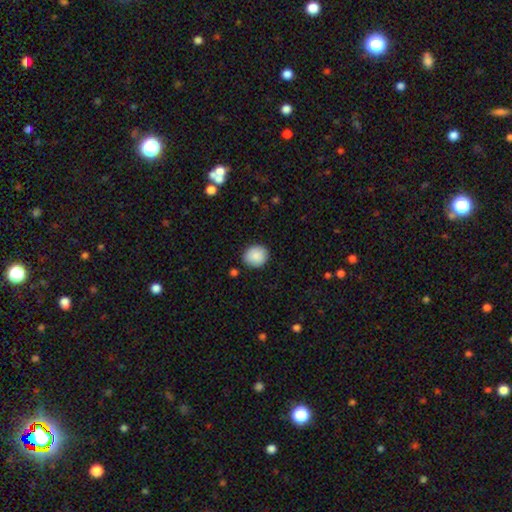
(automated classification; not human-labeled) Smooth or featured: smooth — 89% (star or artifact — 7%)
How rounded: round — 72% (in between — 27%)
Merging: none — 86% (minor disturbance — 10%)